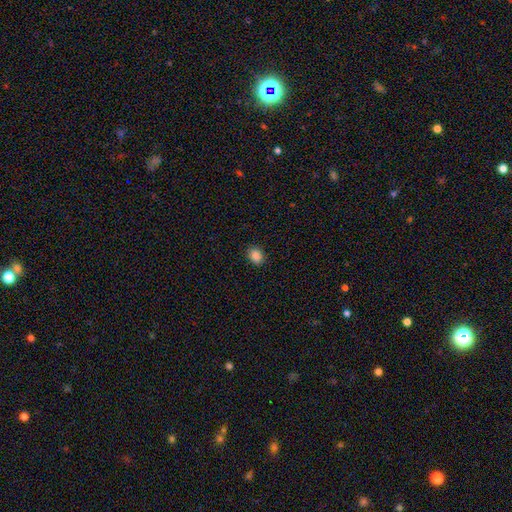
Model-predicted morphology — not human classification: smooth-or-featured: smooth: 86% | star or artifact: 10% | featured or disk: 4%
  how-rounded: in between: 54% | round: 45% | cigar-shaped: 1%
  merging: none: 90% | minor disturbance: 7% | major disturbance: 2% | merger: 1%